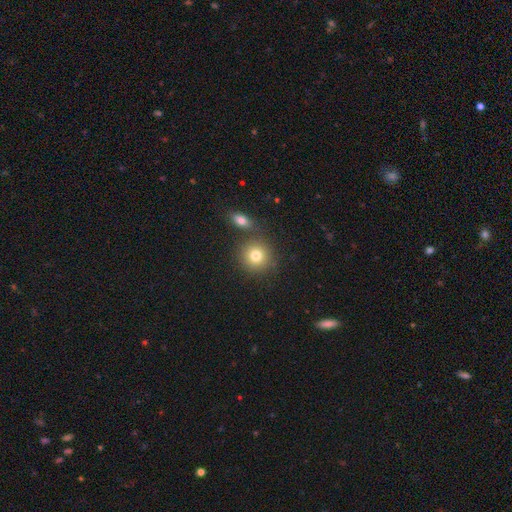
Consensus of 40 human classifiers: This appears to be a smooth galaxy with no disk features (65%) that is round (92%). Merging: none (81%).